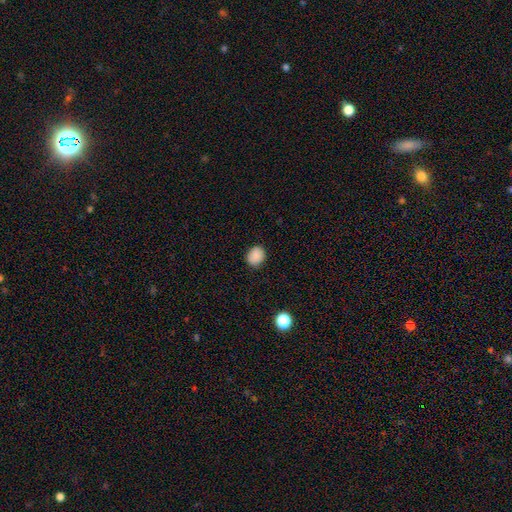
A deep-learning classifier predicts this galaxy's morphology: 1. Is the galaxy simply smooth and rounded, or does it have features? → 88% smooth, 9% star or artifact, 3% featured or disk.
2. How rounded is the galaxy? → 57% round, 42% in between, 1% cigar-shaped.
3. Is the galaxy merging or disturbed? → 87% none, 10% minor disturbance, 2% major disturbance, 1% merger.